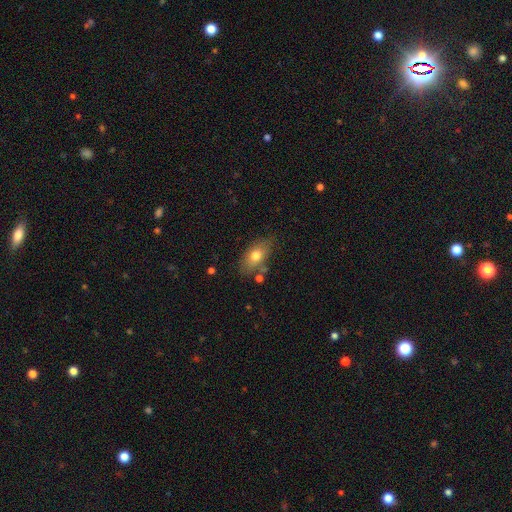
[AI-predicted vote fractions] Smooth or featured? Predicted: smooth (p=0.73). How rounded? Predicted: in between (p=0.86). Merging? Predicted: none (p=0.70).